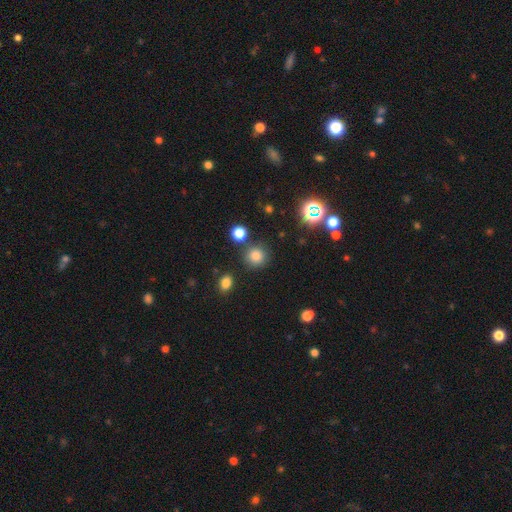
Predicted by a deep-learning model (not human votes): Q: Smooth or featured?
A: smooth (79%); runner-up: star or artifact (15%)
Q: How rounded?
A: round (89%); runner-up: in between (10%)
Q: Merging?
A: none (80%); runner-up: minor disturbance (9%)